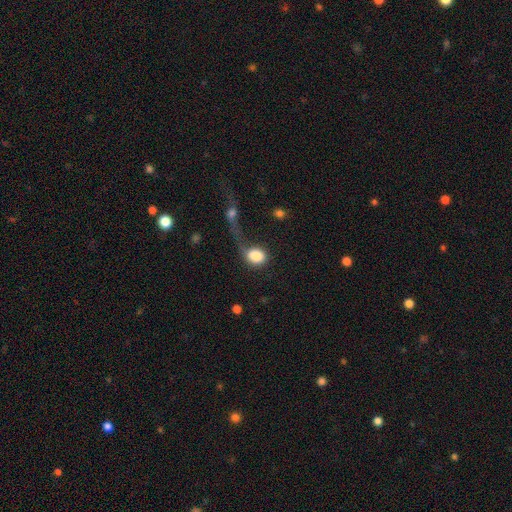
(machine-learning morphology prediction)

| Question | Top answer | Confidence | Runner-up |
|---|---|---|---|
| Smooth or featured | smooth | 84% | featured or disk (8%) |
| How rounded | in between | 54% | round (44%) |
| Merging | none | 31% | major disturbance (28%) |